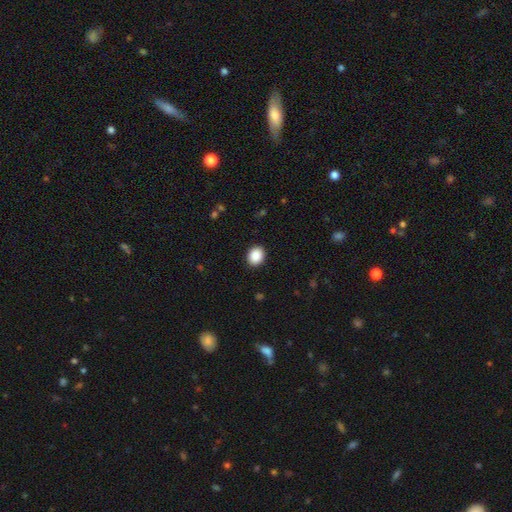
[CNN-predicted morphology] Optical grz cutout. It shows a smooth galaxy with no disk features (90%) that is round (54%). Merging: none (91%).